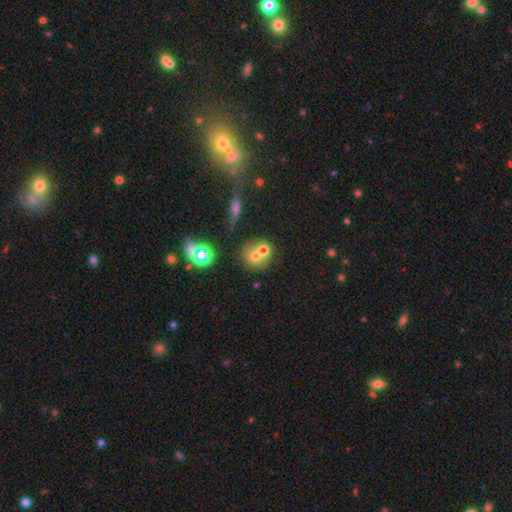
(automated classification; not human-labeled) Smooth or featured?
  - smooth: 59% *
  - featured or disk: 22%
  - star or artifact: 19%
How rounded?
  - round: 81% *
  - in between: 17%
  - cigar-shaped: 1%
Merging?
  - merger: 51% *
  - none: 38%
  - minor disturbance: 7%
  - major disturbance: 4%